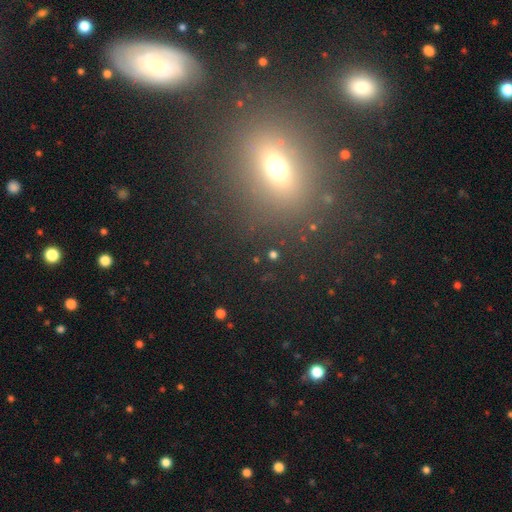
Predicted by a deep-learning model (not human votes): Morphology: type=smooth (48%); merging=none (82%).